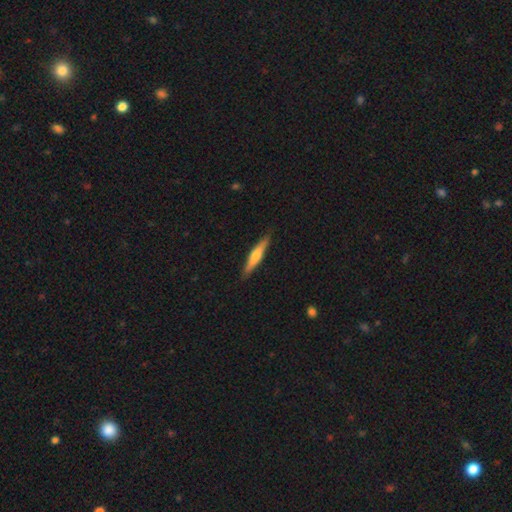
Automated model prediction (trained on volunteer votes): This is possibly a smooth galaxy (50%). How rounded: clearly cigar-shaped (90%). Merging: clearly none (89%).